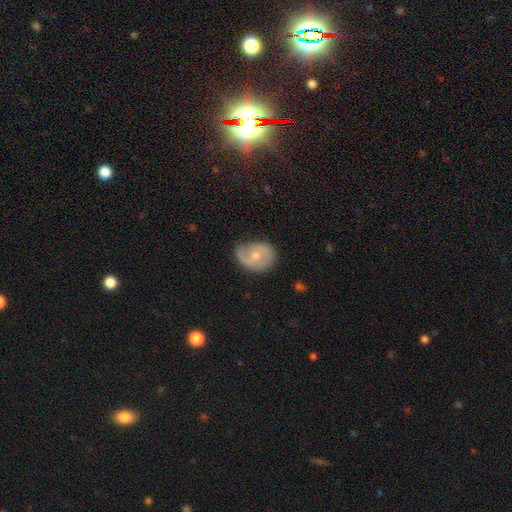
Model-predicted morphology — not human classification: Smooth or featured?
  - featured or disk: 60% *
  - smooth: 33%
  - star or artifact: 7%
Edge-on disk?
  - no: 96% *
  - yes: 4%
Bar?
  - no: 64% *
  - weak: 30%
  - strong: 5%
Spiral arms?
  - yes: 83% *
  - no: 17%
Bulge size?
  - moderate: 51% *
  - small: 45%
  - none: 2%
  - large: 2%
  - dominant: 1%
Merging?
  - none: 57% *
  - minor disturbance: 30%
  - major disturbance: 12%
  - merger: 2%